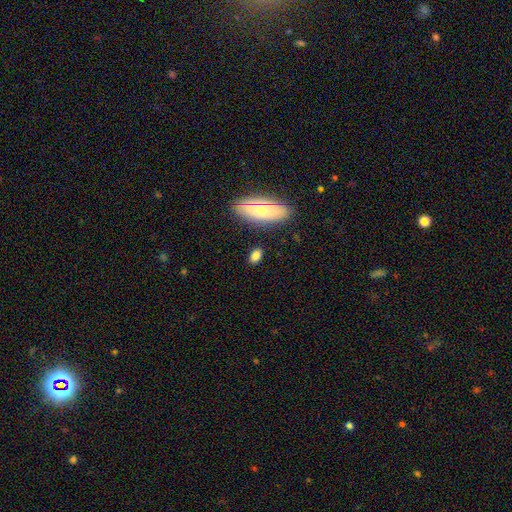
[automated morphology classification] smooth-or-featured: smooth: 82% | star or artifact: 10% | featured or disk: 8%
  how-rounded: in between: 85% | round: 10% | cigar-shaped: 5%
  merging: none: 84% | minor disturbance: 11% | major disturbance: 3% | merger: 2%